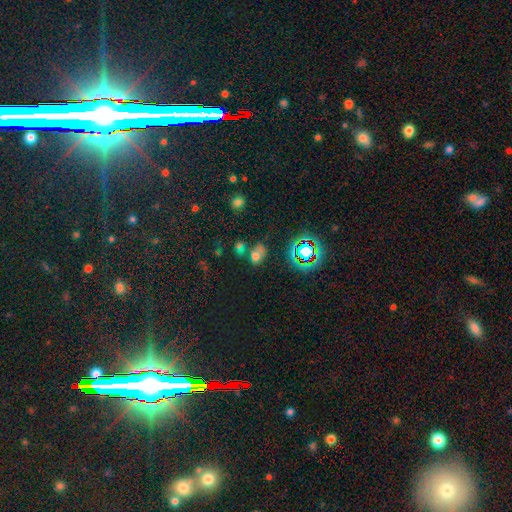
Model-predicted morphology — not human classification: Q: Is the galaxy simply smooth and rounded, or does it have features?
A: smooth — 54%.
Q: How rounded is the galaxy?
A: in between — 60%.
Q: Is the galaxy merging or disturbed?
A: none — 44%.